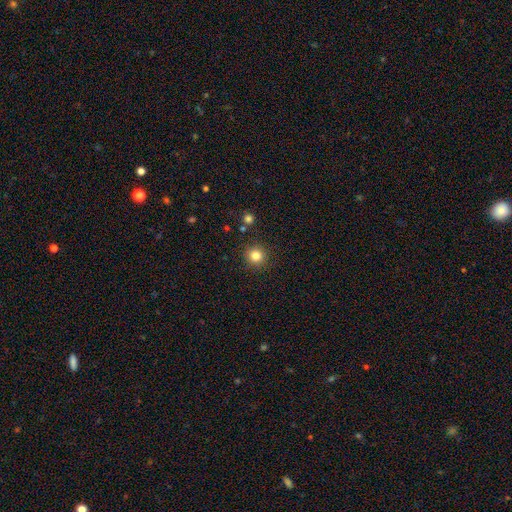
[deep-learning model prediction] smooth_or_featured: smooth (p=0.83) [alt: star or artifact p=0.12]
how_rounded: round (p=0.94) [alt: in between p=0.05]
merging: none (p=0.89) [alt: minor disturbance p=0.06]